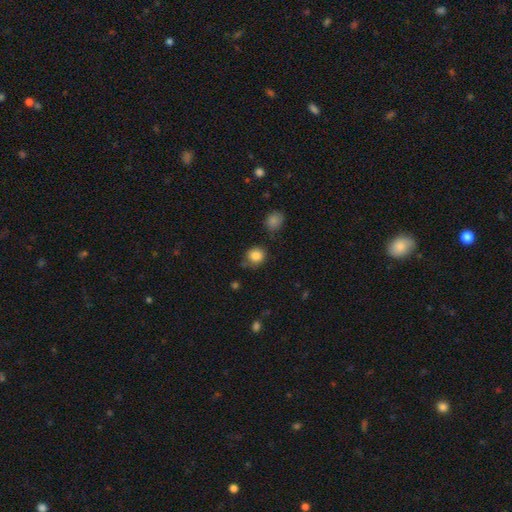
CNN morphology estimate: smooth_or_featured: smooth (p=0.85) [alt: star or artifact p=0.10]
how_rounded: round (p=0.83) [alt: in between p=0.16]
merging: none (p=0.73) [alt: minor disturbance p=0.18]